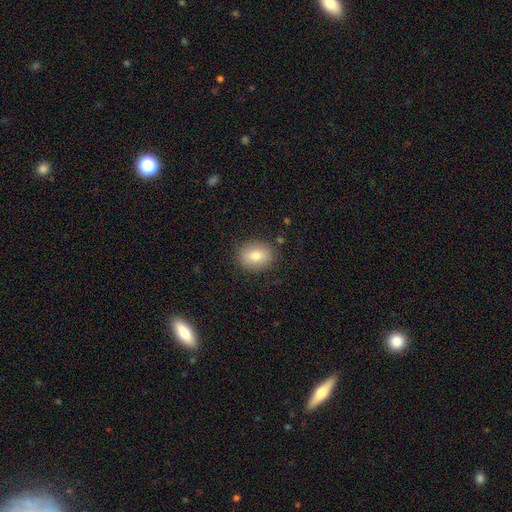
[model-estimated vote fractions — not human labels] This is likely a smooth galaxy (79%). How rounded: possibly round (55%). Merging: clearly none (86%).